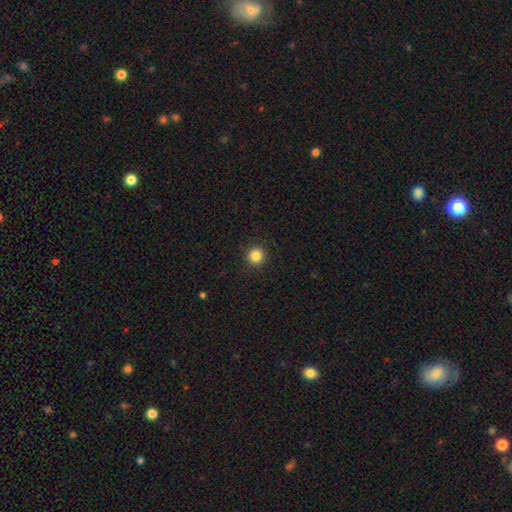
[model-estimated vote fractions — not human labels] Q: Smooth or featured?
A: smooth (85%); runner-up: star or artifact (11%)
Q: How rounded?
A: round (94%); runner-up: in between (5%)
Q: Merging?
A: none (92%); runner-up: minor disturbance (5%)